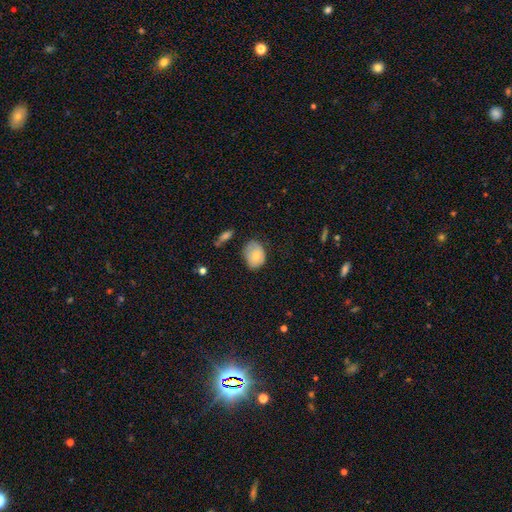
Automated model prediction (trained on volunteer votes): smooth_or_featured: smooth (p=0.74) [alt: featured or disk p=0.18]
how_rounded: in between (p=0.63) [alt: round p=0.36]
merging: none (p=0.53) [alt: minor disturbance p=0.36]